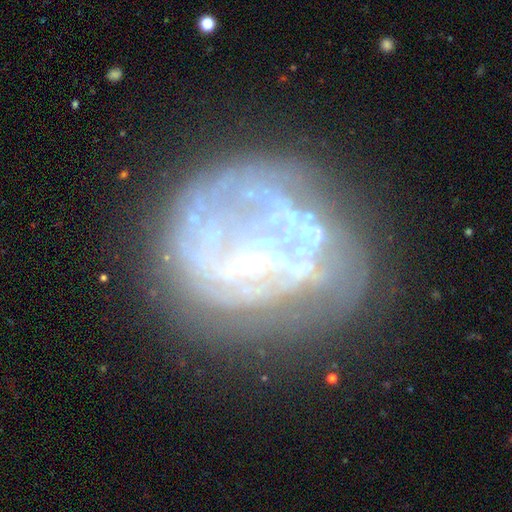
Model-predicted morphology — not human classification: A featured or disk galaxy (73%) with no bar (60%), no spiral arms (61%) and a small central bulge (43%). Merging: none (48%).